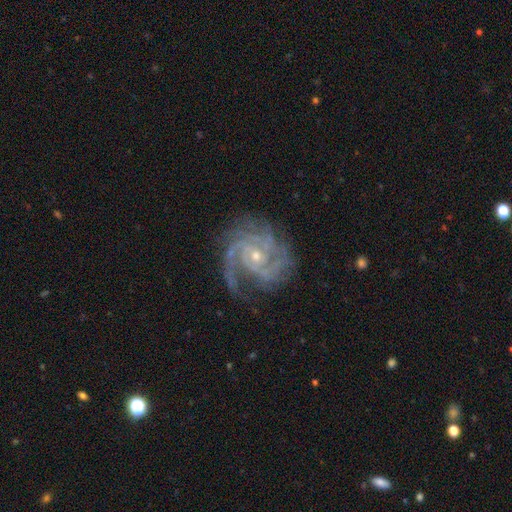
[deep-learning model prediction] This appears to be a featured or disk galaxy (91%) with no bar (67%), 3 (32%) tight (57%) spiral arms (98%) and a small central bulge (69%). Merging: none (70%).